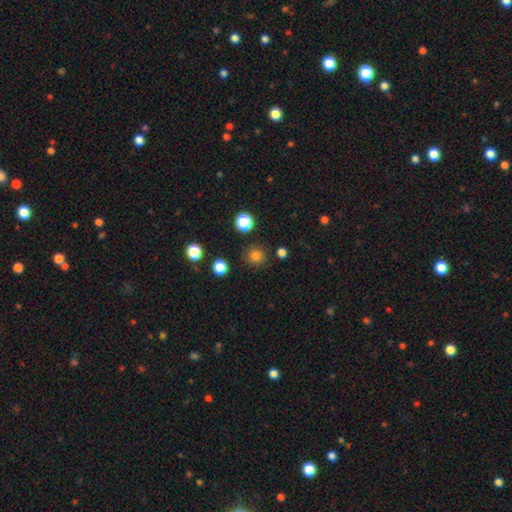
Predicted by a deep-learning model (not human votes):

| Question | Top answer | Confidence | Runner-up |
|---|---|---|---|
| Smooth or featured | smooth | 81% | star or artifact (15%) |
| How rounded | round | 91% | in between (8%) |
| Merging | none | 87% | minor disturbance (8%) |